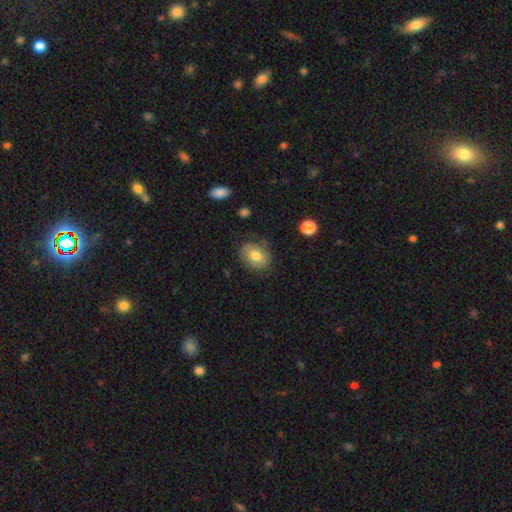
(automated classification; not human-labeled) Morphology: type=smooth (66%); roundness=in between (51%); merging=none (72%).